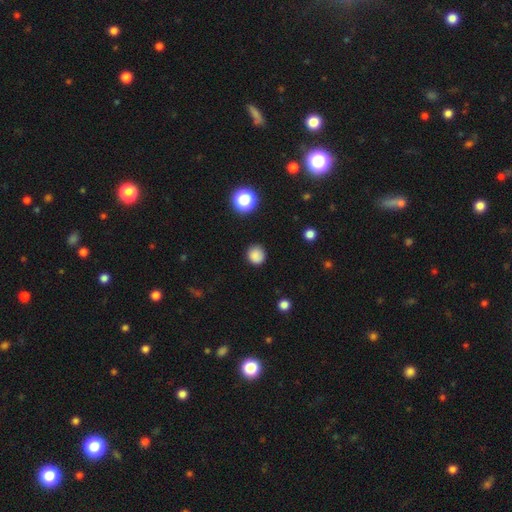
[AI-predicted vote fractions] This is clearly a smooth galaxy (84%). How rounded: clearly round (87%). Merging: clearly none (86%).